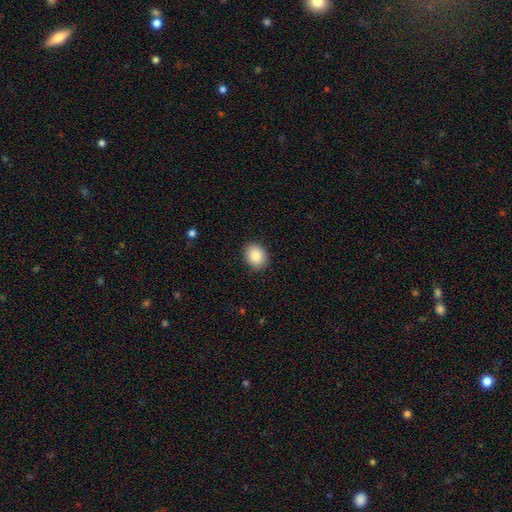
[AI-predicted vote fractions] smooth-or-featured: smooth: 88% | star or artifact: 8% | featured or disk: 5%
  how-rounded: round: 50% | in between: 49% | cigar-shaped: 1%
  merging: none: 89% | minor disturbance: 8% | major disturbance: 2% | merger: 1%